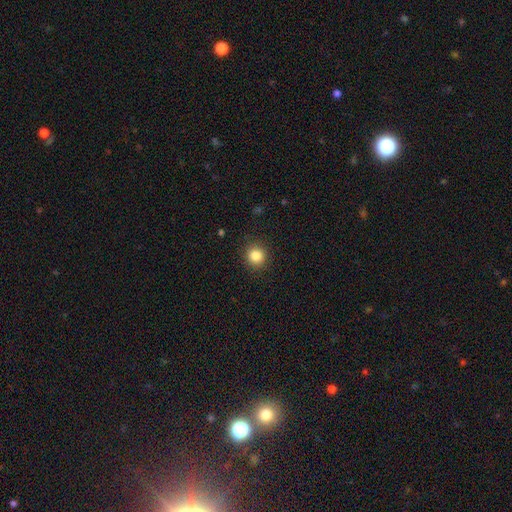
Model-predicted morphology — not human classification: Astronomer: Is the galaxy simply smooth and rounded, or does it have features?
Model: smooth — 85%.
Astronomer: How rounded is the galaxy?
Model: round — 90%.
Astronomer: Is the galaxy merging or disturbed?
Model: none — 91%.